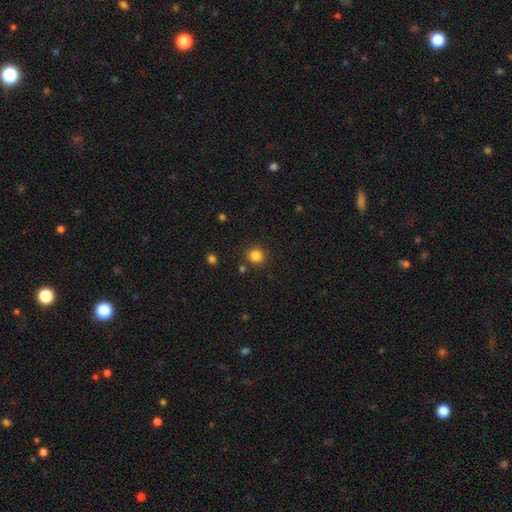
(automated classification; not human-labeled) Smooth or featured? smooth (83%)
How rounded? round (90%)
Merging? none (87%)